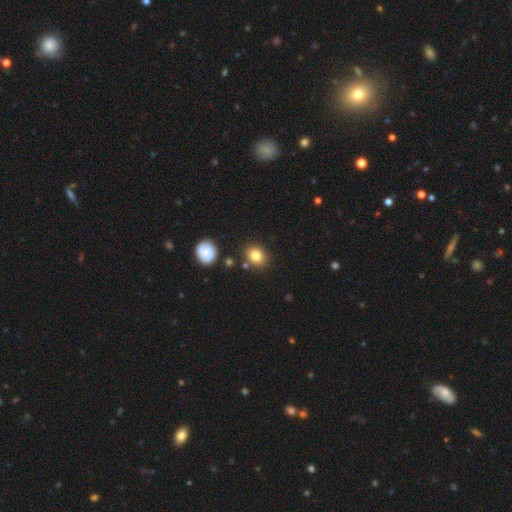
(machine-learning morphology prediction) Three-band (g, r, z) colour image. It shows a smooth galaxy with no disk features (81%) that is round (52%). Merging: none (81%).